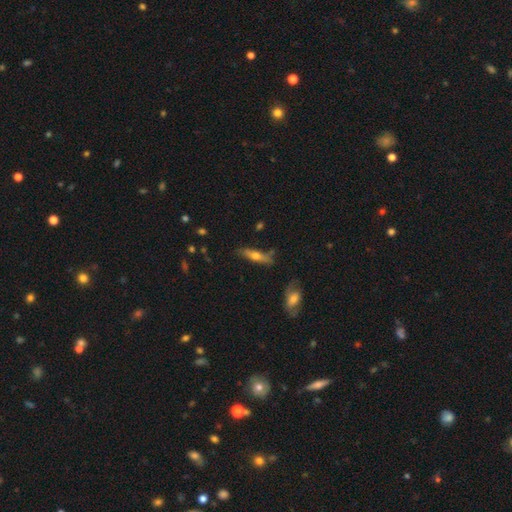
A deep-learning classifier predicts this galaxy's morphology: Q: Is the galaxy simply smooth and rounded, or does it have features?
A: smooth — 47%.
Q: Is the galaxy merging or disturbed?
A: none — 74%.